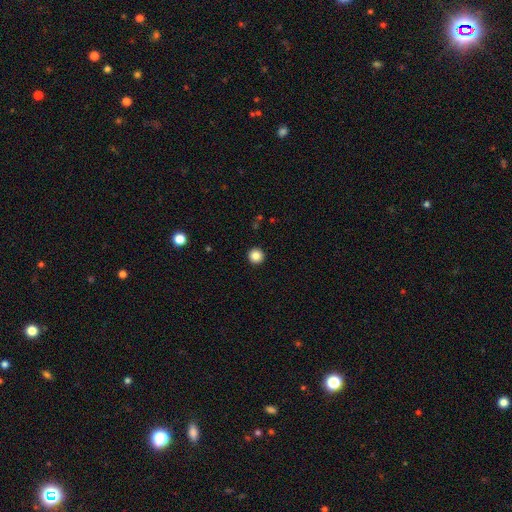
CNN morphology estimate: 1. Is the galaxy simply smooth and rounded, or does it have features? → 86% smooth, 10% star or artifact, 4% featured or disk.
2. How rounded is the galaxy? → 96% round, 3% in between, 1% cigar-shaped.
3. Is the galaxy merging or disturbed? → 94% none, 4% minor disturbance, 1% major disturbance, 1% merger.